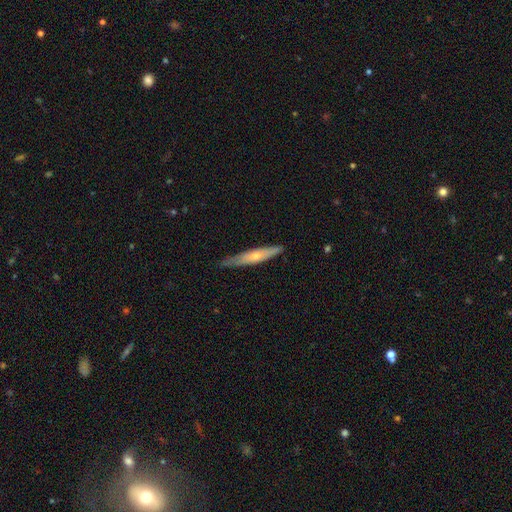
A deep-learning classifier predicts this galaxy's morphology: featured or disk 52%, smooth 43%, star or artifact 6%. Down the decision tree: edge-on disk — yes (82%); merging — none (78%).